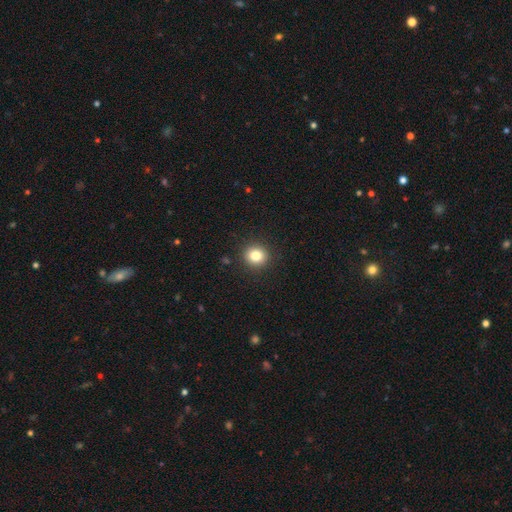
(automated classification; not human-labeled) smooth 82%, star or artifact 11%, featured or disk 6%. Down the decision tree: how rounded — round (89%); merging — none (91%).